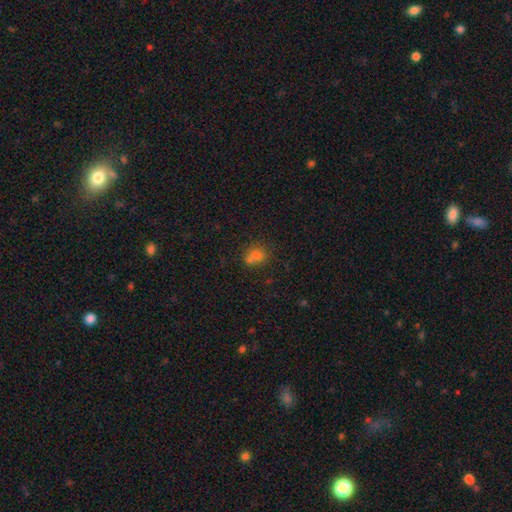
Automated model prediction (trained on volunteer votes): Morphology: type=smooth (67%); roundness=round (60%); merging=none (46%).